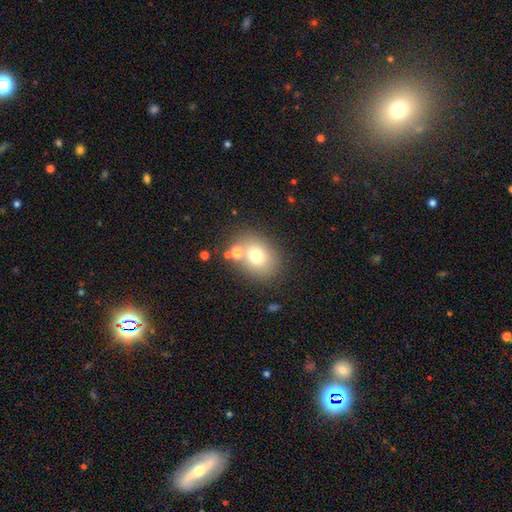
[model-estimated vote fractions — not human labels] smooth-or-featured: smooth: 72% | featured or disk: 15% | star or artifact: 13%
  how-rounded: round: 50% | in between: 49% | cigar-shaped: 1%
  merging: none: 68% | merger: 15% | minor disturbance: 12% | major disturbance: 5%